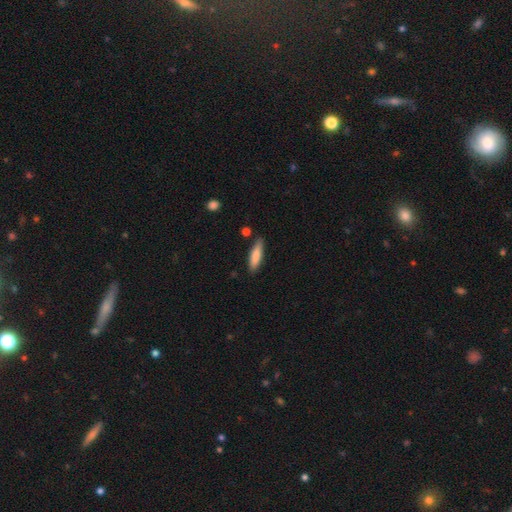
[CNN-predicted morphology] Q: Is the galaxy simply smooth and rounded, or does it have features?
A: smooth — 82%.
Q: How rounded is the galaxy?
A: cigar-shaped — 68%.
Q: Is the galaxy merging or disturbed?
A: none — 80%.